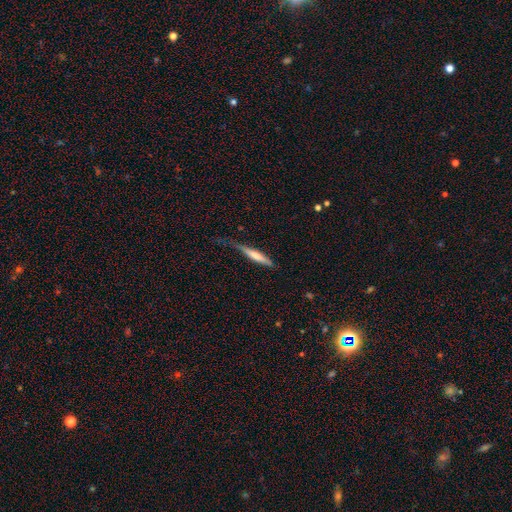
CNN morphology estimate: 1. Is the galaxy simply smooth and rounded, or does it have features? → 56% smooth, 39% featured or disk, 5% star or artifact.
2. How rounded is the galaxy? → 91% cigar-shaped, 7% in between, 2% round.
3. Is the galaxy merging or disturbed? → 55% none, 31% minor disturbance, 12% major disturbance, 2% merger.